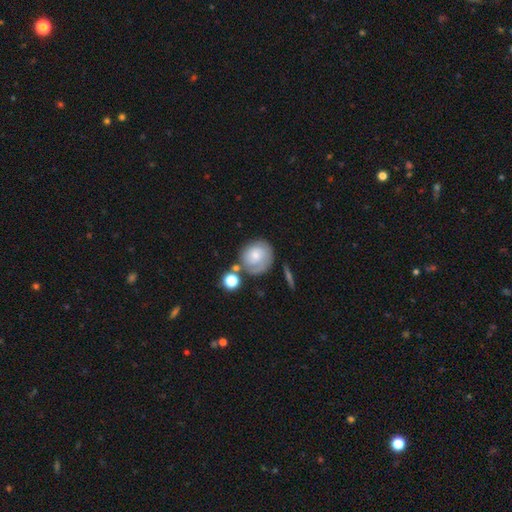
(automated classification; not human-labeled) Smooth or featured? Predicted: smooth (p=0.58). How rounded? Predicted: round (p=0.81). Merging? Predicted: none (p=0.55).